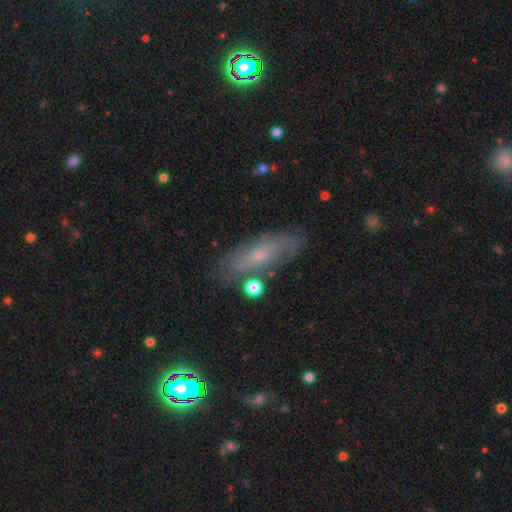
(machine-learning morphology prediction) featured or disk 46%, smooth 41%, star or artifact 13%. Down the decision tree: merging — none (74%).